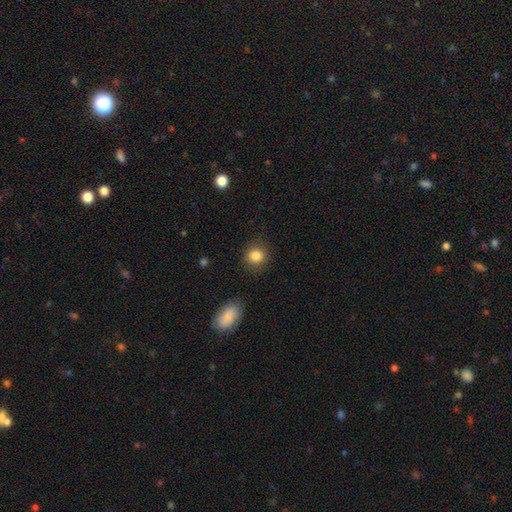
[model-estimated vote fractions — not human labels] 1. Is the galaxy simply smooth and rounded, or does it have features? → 86% smooth, 9% star or artifact, 5% featured or disk.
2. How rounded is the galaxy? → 81% round, 18% in between, 1% cigar-shaped.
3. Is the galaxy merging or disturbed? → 84% none, 10% minor disturbance, 3% major disturbance, 2% merger.